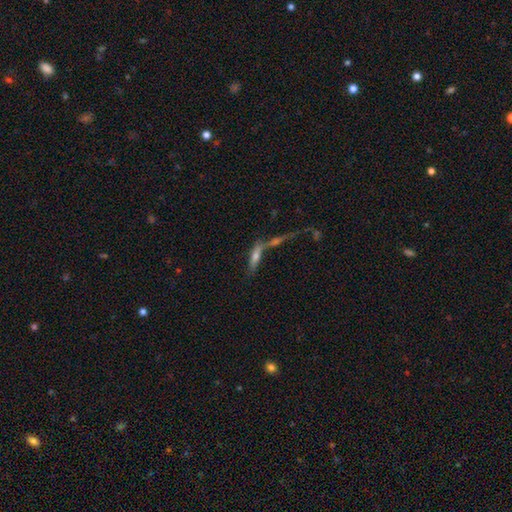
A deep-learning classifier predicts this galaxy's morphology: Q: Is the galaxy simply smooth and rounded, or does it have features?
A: smooth — 46%.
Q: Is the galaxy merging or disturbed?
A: merger — 49%.